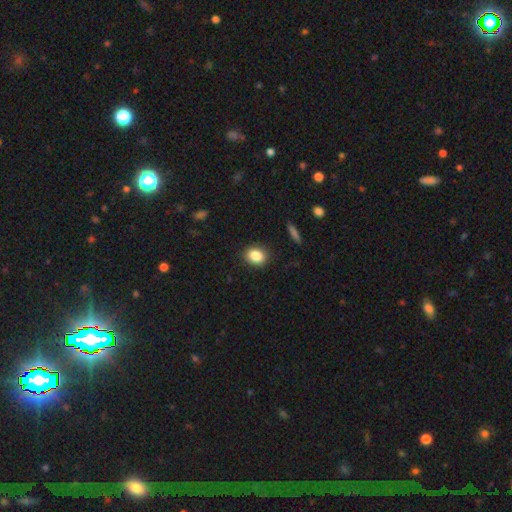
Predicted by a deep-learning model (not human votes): Smooth or featured: smooth — 86% (star or artifact — 9%)
How rounded: round — 54% (in between — 45%)
Merging: none — 88% (minor disturbance — 9%)